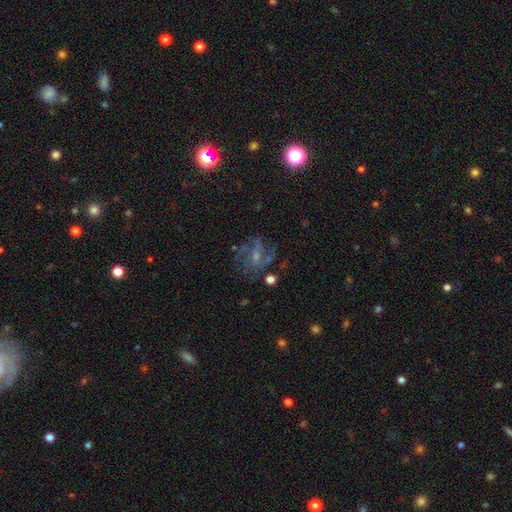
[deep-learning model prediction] A featured or disk galaxy (63%) with no bar (57%), spiral arms (67%) and a small central bulge (52%). Merging: none (54%).